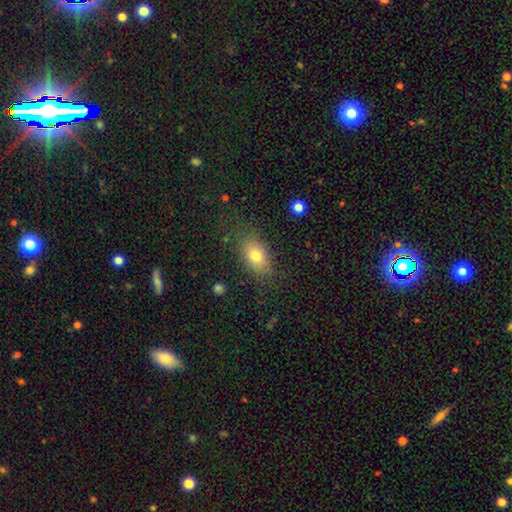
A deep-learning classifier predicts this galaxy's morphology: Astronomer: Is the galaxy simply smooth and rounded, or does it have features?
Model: smooth — 76%.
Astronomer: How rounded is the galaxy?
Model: in between — 84%.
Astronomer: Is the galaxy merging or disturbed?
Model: none — 76%.